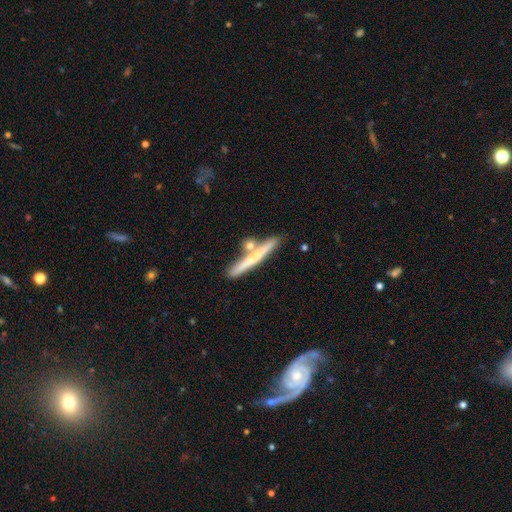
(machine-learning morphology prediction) A smooth galaxy with no disk features (50%).

Vote fractions:
- Smooth or featured? smooth: 50% / featured or disk: 44% / star or artifact: 6%
- Merging? none: 75% / merger: 12% / minor disturbance: 10% / major disturbance: 3%